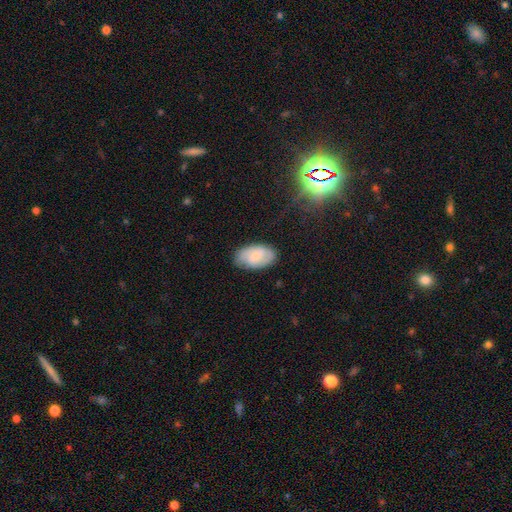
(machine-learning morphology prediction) This appears to be a smooth galaxy with no disk features (57%) that is in between round and cigar-shaped (94%). Merging: none (79%).